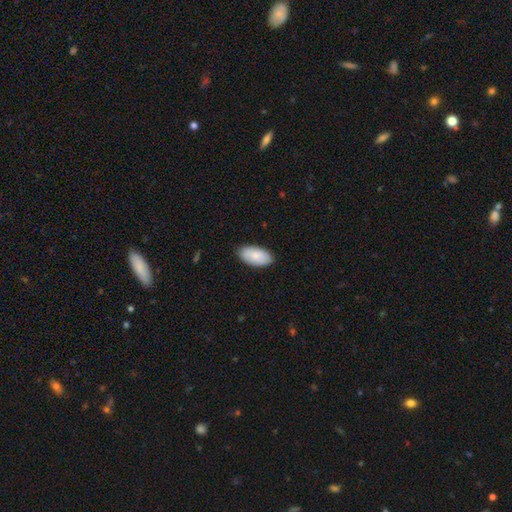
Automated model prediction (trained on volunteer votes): Smooth or featured: smooth — 84% (featured or disk — 10%)
How rounded: in between — 96% (cigar-shaped — 2%)
Merging: none — 86% (minor disturbance — 11%)